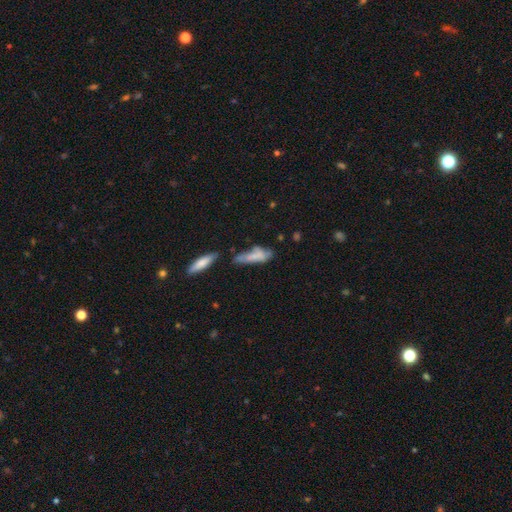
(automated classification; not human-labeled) A smooth galaxy with no disk features (68%) that is cigar-shaped (52%).

Vote fractions:
- Smooth or featured? smooth: 68% / featured or disk: 23% / star or artifact: 9%
- How rounded? cigar-shaped: 52% / in between: 45% / round: 2%
- Merging? none: 38% / minor disturbance: 29% / merger: 17% / major disturbance: 16%